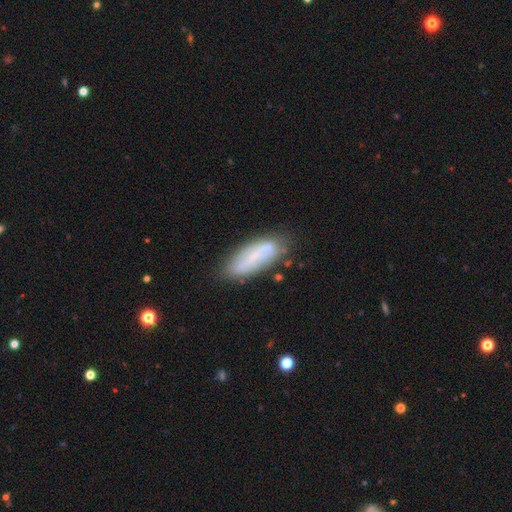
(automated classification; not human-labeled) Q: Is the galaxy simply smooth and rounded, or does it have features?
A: smooth — 49%.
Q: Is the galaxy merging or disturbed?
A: none — 73%.